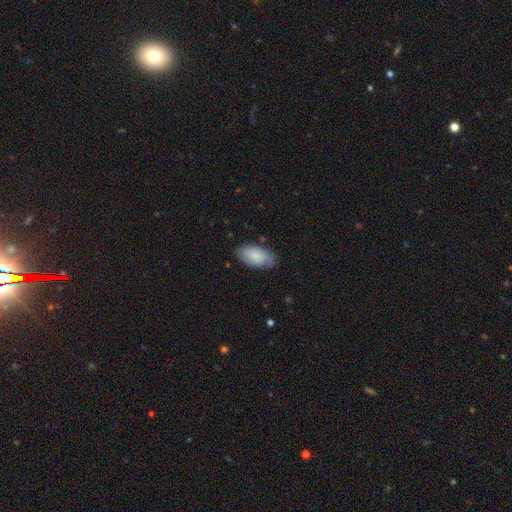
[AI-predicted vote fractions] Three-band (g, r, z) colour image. It shows a smooth galaxy with no disk features (77%) that is in between round and cigar-shaped (95%). Merging: none (71%).